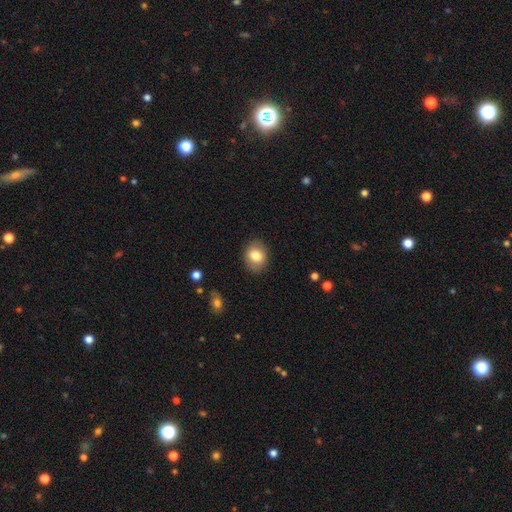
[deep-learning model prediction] A smooth galaxy with no disk features (81%) that is round (51%). Merging: none (86%).